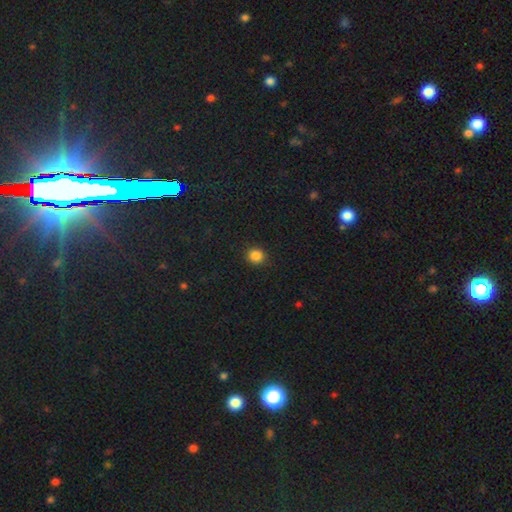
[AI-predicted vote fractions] Smooth or featured? Predicted: smooth (p=0.85). How rounded? Predicted: round (p=0.87). Merging? Predicted: none (p=0.90).